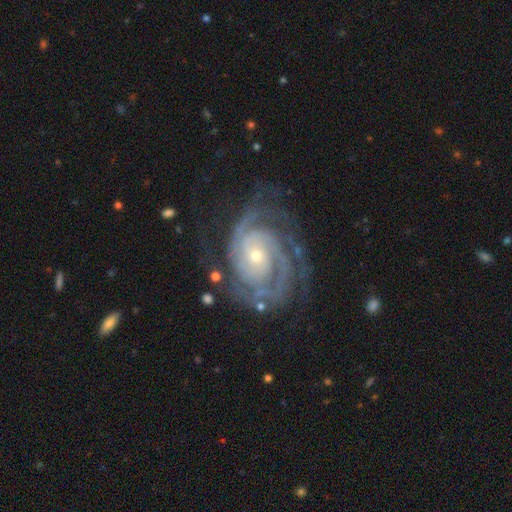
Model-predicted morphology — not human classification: featured or disk 92%, star or artifact 5%, smooth 3%. Down the decision tree: edge-on disk — no (97%); bar — no (73%); spiral arms — yes (98%); spiral arm count — 2 (36%); spiral winding — tight (72%); bulge size — small (67%); merging — none (67%).